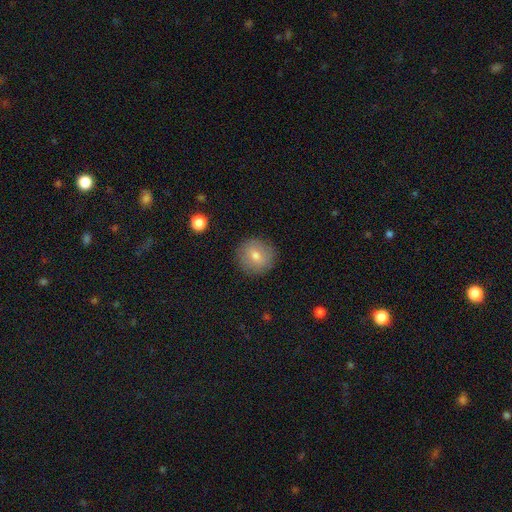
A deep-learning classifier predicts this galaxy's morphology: smooth 72%, featured or disk 19%, star or artifact 9%. Down the decision tree: how rounded — round (92%); merging — none (89%).